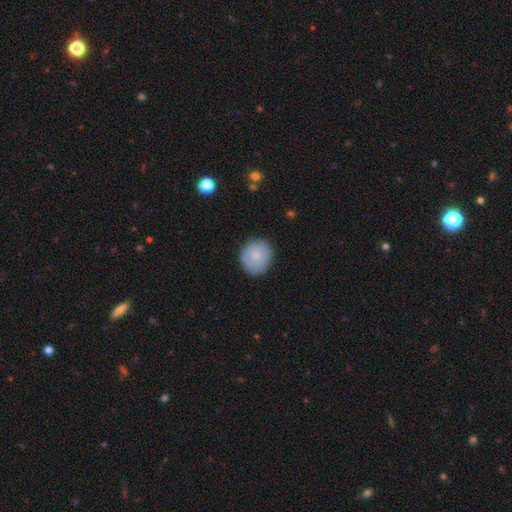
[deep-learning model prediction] smooth_or_featured: smooth (p=0.81) [alt: featured or disk p=0.12]
how_rounded: round (p=0.85) [alt: in between p=0.14]
merging: none (p=0.84) [alt: minor disturbance p=0.12]